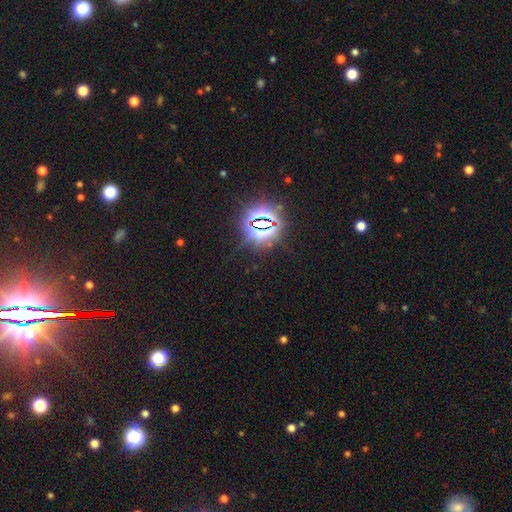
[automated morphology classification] Smooth or featured? star or artifact (84%)